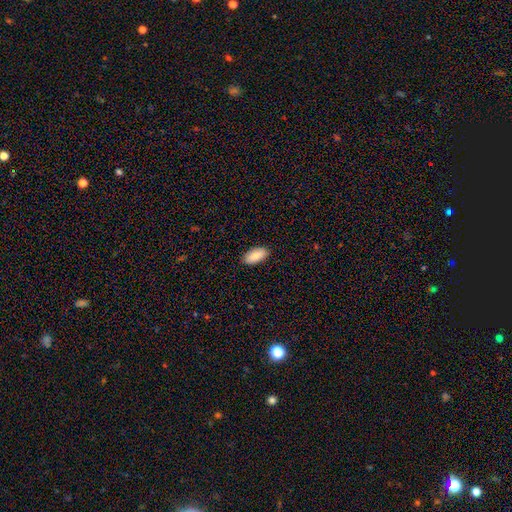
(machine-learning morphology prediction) Smooth or featured: smooth — 87% (featured or disk — 7%)
How rounded: in between — 93% (cigar-shaped — 5%)
Merging: none — 89% (minor disturbance — 8%)